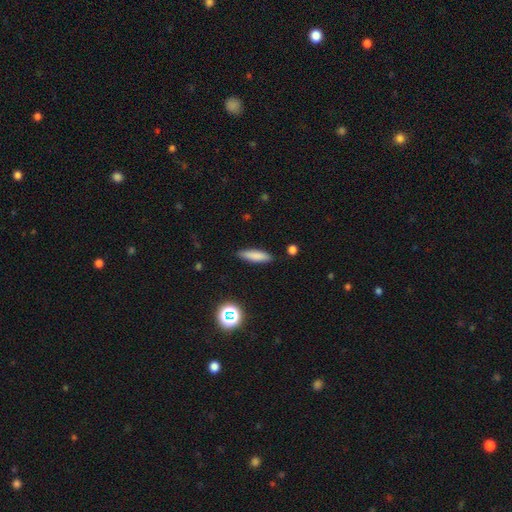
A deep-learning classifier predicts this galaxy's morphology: This is clearly a smooth galaxy (82%). How rounded: likely cigar-shaped (69%). Merging: clearly none (87%).